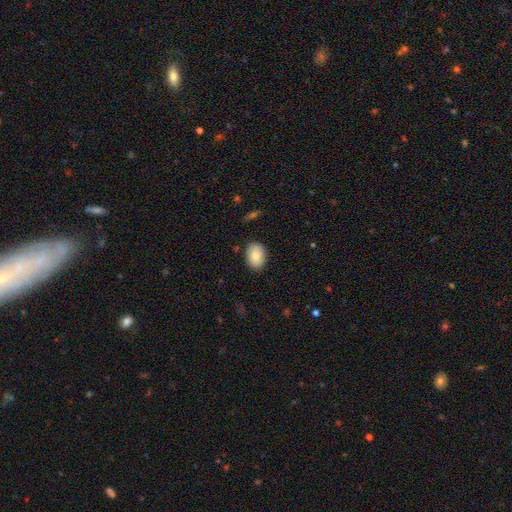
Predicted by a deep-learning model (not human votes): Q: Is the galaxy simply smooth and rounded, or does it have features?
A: smooth — 81%.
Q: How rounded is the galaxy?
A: in between — 76%.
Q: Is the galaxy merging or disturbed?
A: none — 84%.